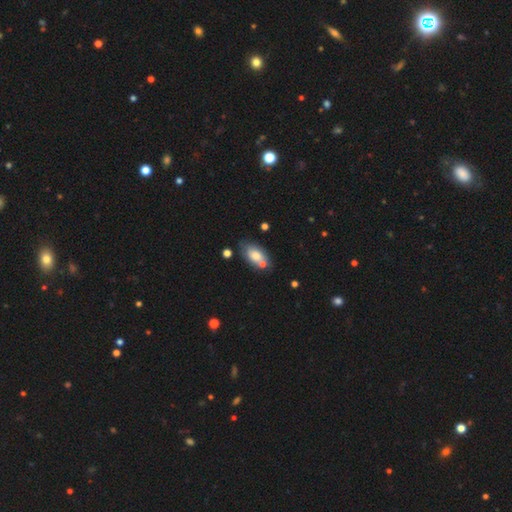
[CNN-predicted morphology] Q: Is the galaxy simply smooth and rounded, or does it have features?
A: smooth — 74%.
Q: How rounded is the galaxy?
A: in between — 91%.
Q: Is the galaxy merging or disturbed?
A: none — 59%.